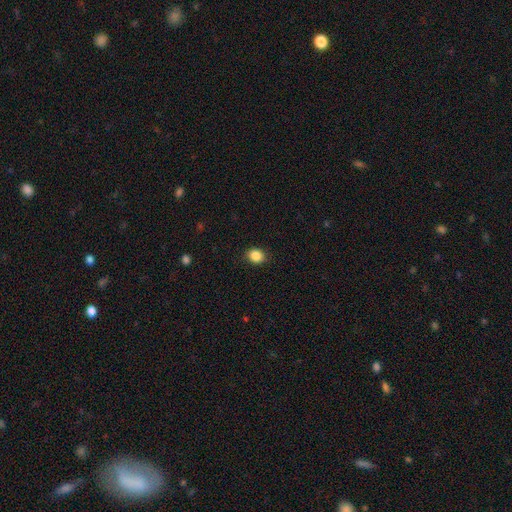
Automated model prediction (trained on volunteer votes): This is clearly a smooth galaxy (87%). How rounded: likely round (62%). Merging: clearly none (87%).